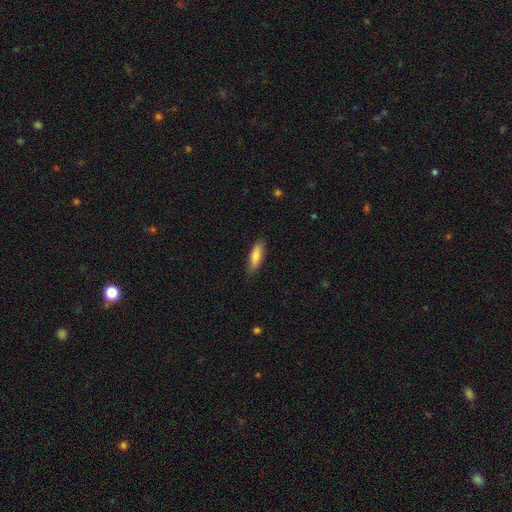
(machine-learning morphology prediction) This is likely a smooth galaxy (79%). How rounded: possibly cigar-shaped (53%). Merging: clearly none (84%).